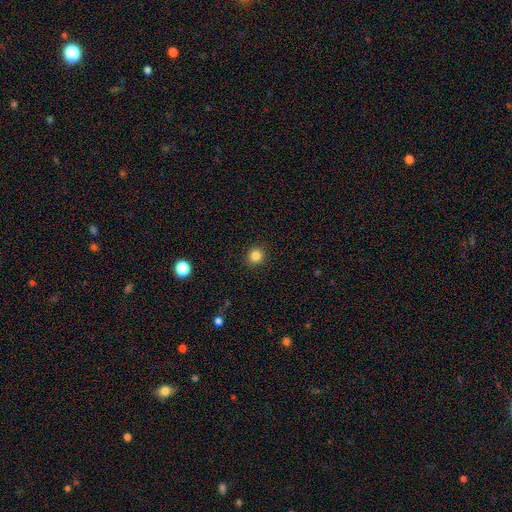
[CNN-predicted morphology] A smooth galaxy with no disk features (84%) that is round (89%).

Vote fractions:
- Smooth or featured? smooth: 84% / star or artifact: 12% / featured or disk: 4%
- How rounded? round: 89% / in between: 10% / cigar-shaped: 1%
- Merging? none: 92% / minor disturbance: 5% / major disturbance: 2% / merger: 1%